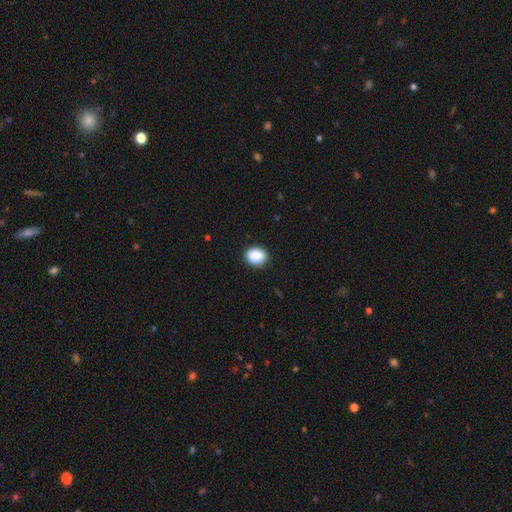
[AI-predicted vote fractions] smooth-or-featured: smooth: 89% | star or artifact: 8% | featured or disk: 3%
  how-rounded: round: 55% | in between: 44% | cigar-shaped: 1%
  merging: none: 89% | minor disturbance: 8% | major disturbance: 2% | merger: 1%